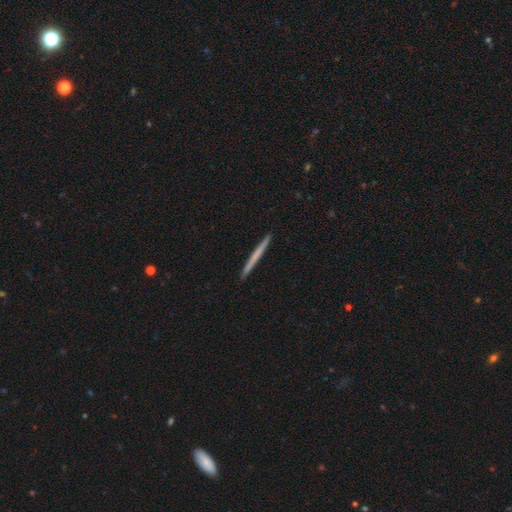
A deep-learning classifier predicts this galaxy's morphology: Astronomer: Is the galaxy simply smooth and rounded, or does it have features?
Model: smooth — 54% (runner-up: featured or disk, 41%).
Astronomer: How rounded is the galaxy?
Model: cigar-shaped — 97%.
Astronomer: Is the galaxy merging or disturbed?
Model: none — 93%.